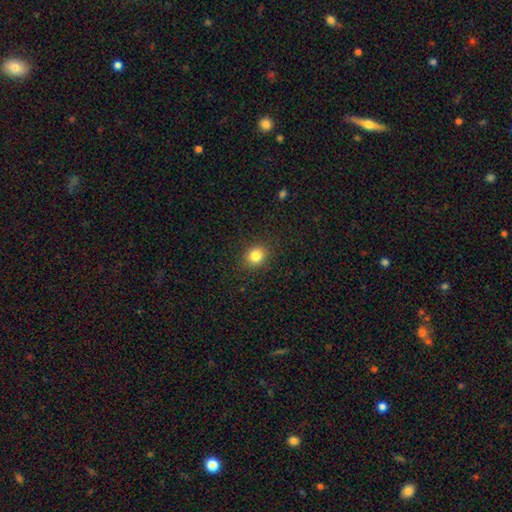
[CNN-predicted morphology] smooth 83%, star or artifact 11%, featured or disk 6%. Down the decision tree: how rounded — round (76%); merging — none (90%).